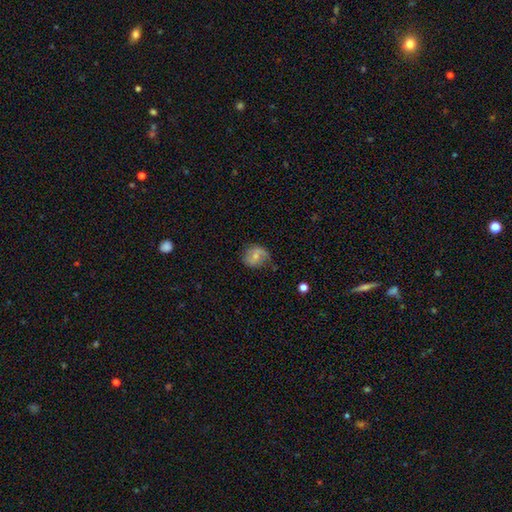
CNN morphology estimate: Overall: smooth (52%; featured or disk 40%). How rounded: round (64%; in between 35%). Merging: none (58%; minor disturbance 29%).